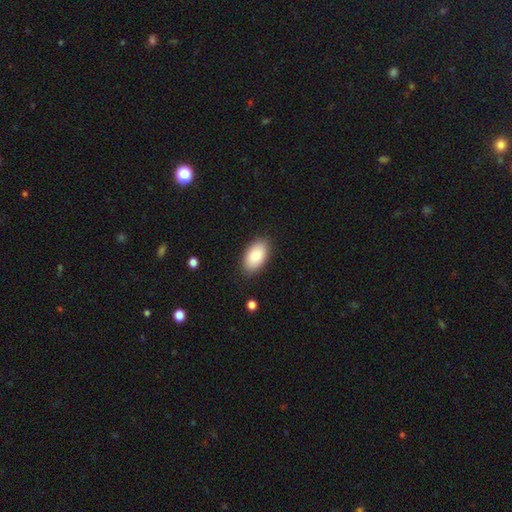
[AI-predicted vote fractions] This appears to be a smooth galaxy with no disk features (88%) that is in between round and cigar-shaped (95%). Merging: none (87%).